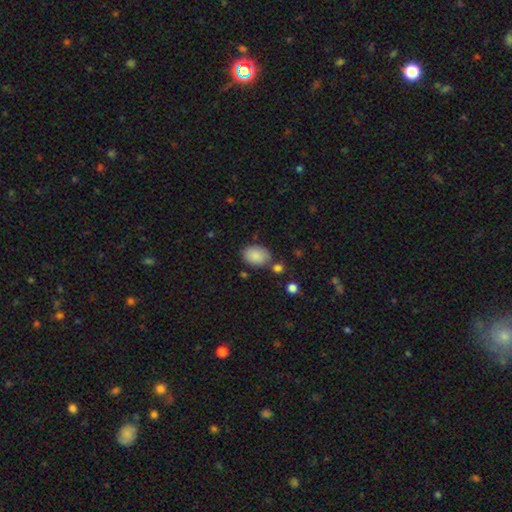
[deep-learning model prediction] Q: Smooth or featured?
A: smooth (87%); runner-up: star or artifact (7%)
Q: How rounded?
A: in between (80%); runner-up: round (19%)
Q: Merging?
A: none (74%); runner-up: minor disturbance (15%)